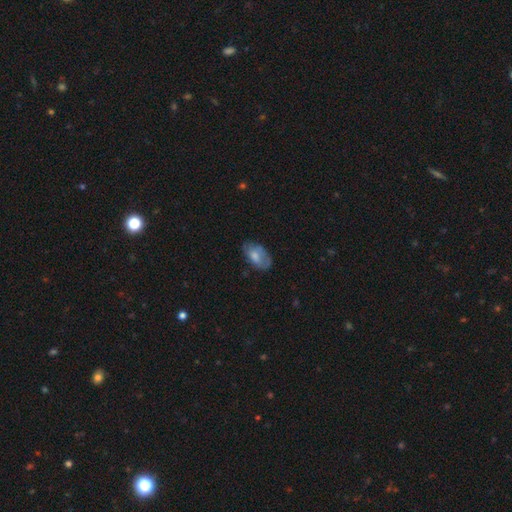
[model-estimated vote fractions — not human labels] A smooth galaxy with no disk features (66%) that is in between round and cigar-shaped (92%). Merging: none (58%).